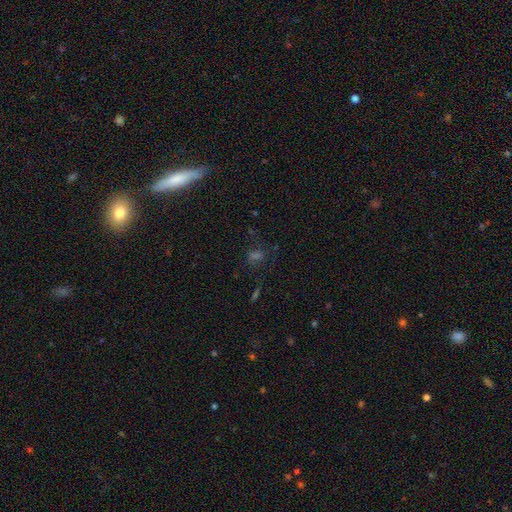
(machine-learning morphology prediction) A smooth galaxy with no disk features (41%). Merging: none (67%).